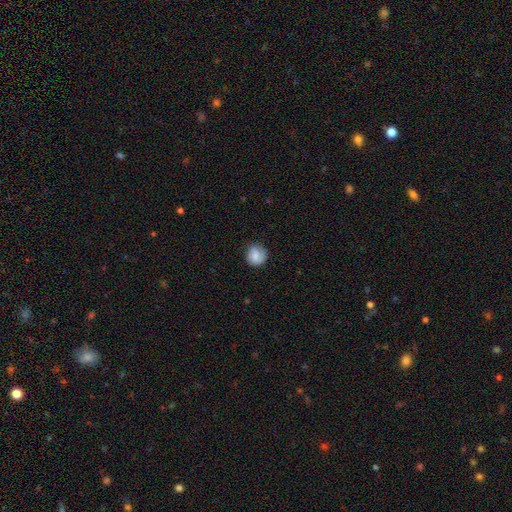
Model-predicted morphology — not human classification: smooth_or_featured: smooth (p=0.67) [alt: featured or disk p=0.26]
how_rounded: round (p=0.86) [alt: in between p=0.13]
merging: none (p=0.73) [alt: minor disturbance p=0.19]